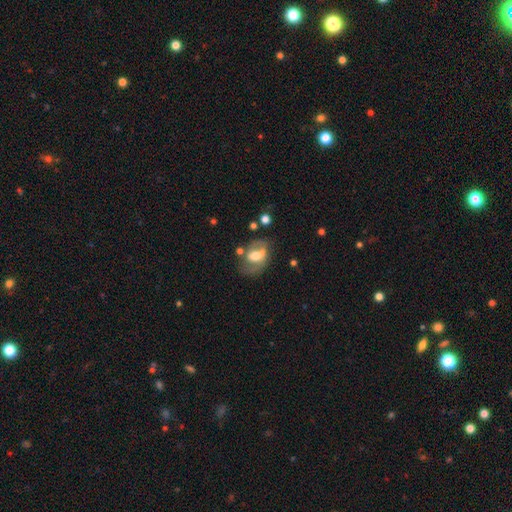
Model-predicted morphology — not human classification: A featured or disk galaxy (54%) with no bar (44%), no spiral arms (51%) and a moderate central bulge (66%). Merging: none (51%).